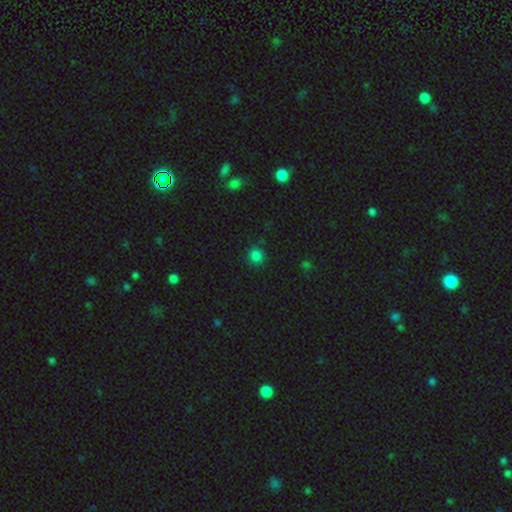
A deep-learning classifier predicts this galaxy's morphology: Smooth or featured? Predicted: smooth (p=0.81). How rounded? Predicted: round (p=0.91). Merging? Predicted: none (p=0.87).